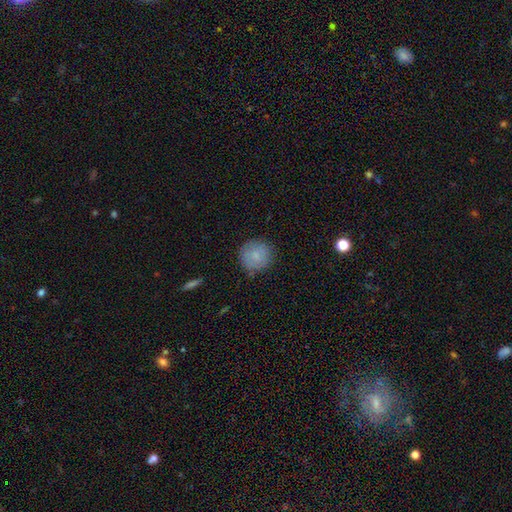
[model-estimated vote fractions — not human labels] Morphology: type=smooth (79%); roundness=round (93%); merging=none (83%).